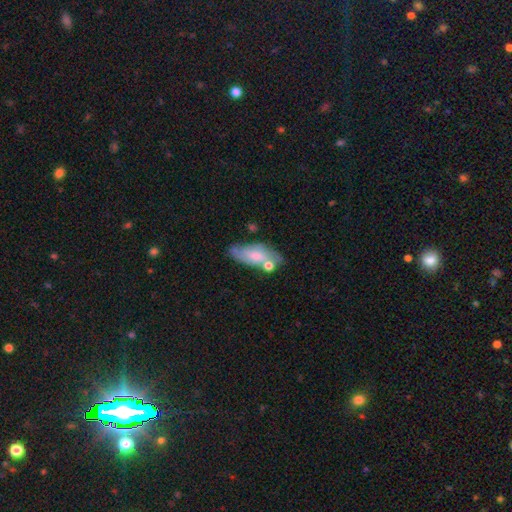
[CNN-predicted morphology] A smooth galaxy with no disk features (57%) that is in between round and cigar-shaped (81%).

Vote fractions:
- Smooth or featured? smooth: 57% / featured or disk: 35% / star or artifact: 7%
- How rounded? in between: 81% / cigar-shaped: 15% / round: 3%
- Merging? none: 47% / minor disturbance: 25% / merger: 19% / major disturbance: 10%